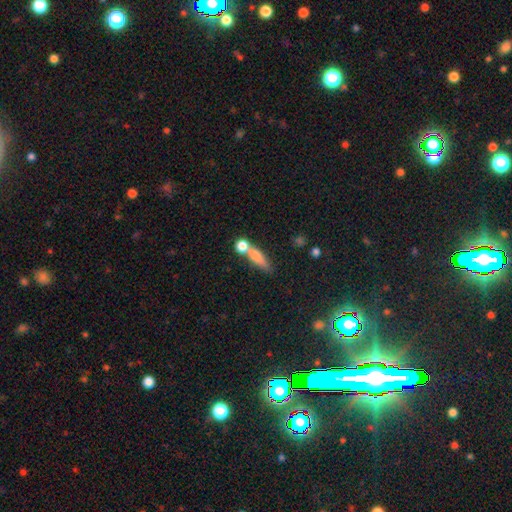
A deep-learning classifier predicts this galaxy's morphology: This is likely a smooth galaxy (70%). How rounded: possibly cigar-shaped (53%). Merging: marginally none (41%).